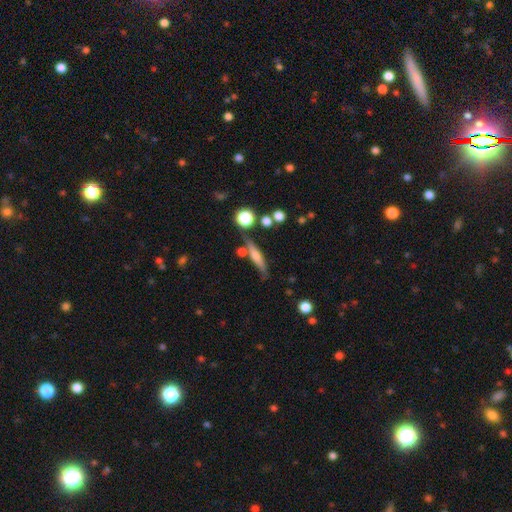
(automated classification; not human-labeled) This appears to be a smooth galaxy with no disk features (51%) that is cigar-shaped (80%). Merging: none (69%).